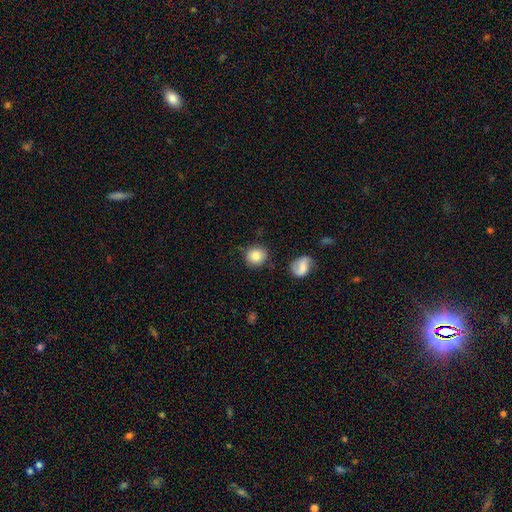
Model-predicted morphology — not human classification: A smooth galaxy with no disk features (82%) that is round (85%). Merging: none (80%).